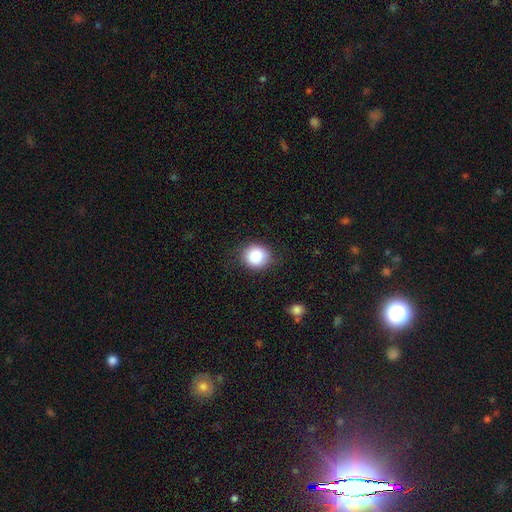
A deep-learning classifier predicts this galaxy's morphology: smooth 85%, star or artifact 9%, featured or disk 6%. Down the decision tree: how rounded — round (83%); merging — none (85%).